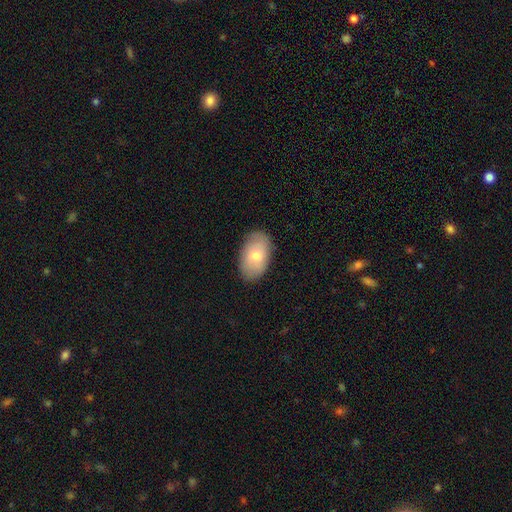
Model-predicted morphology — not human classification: Smooth or featured: smooth — 64% (featured or disk — 28%)
How rounded: in between — 92% (round — 7%)
Merging: none — 85% (minor disturbance — 12%)